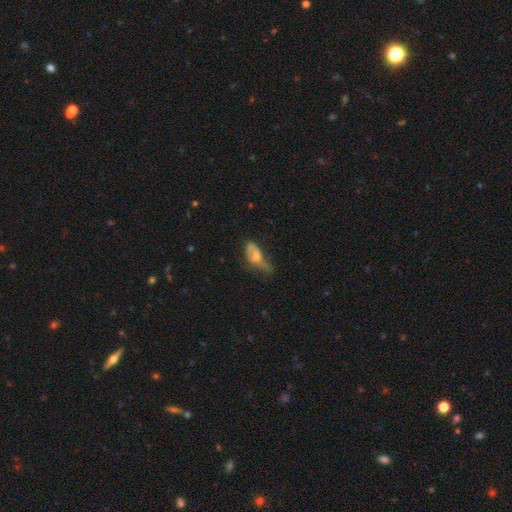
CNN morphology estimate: Smooth or featured? smooth (56%)
How rounded? in between (81%)
Merging? major disturbance (38%)